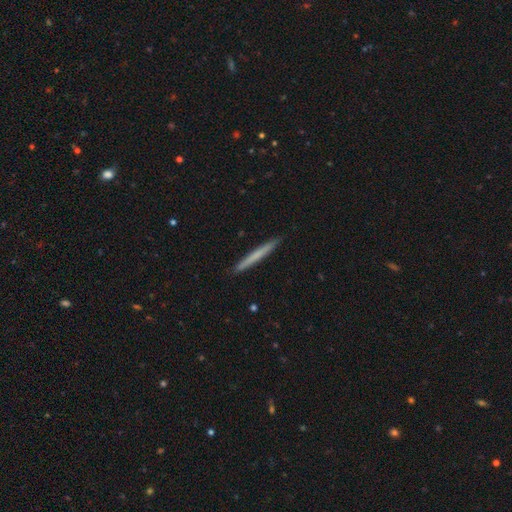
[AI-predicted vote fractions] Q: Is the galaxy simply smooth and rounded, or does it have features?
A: smooth — 60%.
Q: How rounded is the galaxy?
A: cigar-shaped — 97%.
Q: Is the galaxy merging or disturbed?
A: none — 92%.